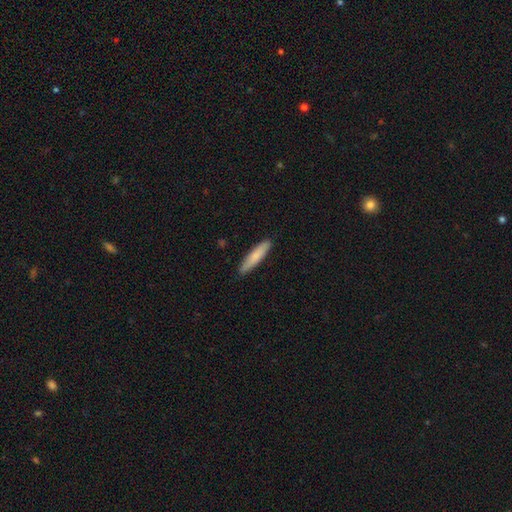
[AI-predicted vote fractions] Overall: smooth (78%). How rounded: cigar-shaped (85%). Merging: none (90%).